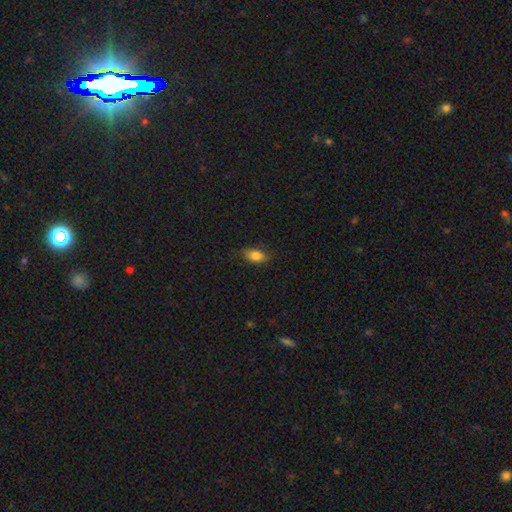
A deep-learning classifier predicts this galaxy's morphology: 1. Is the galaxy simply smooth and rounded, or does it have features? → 83% smooth, 9% star or artifact, 8% featured or disk.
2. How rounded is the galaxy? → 84% in between, 10% round, 6% cigar-shaped.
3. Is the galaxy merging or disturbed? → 77% none, 18% minor disturbance, 4% major disturbance, 1% merger.